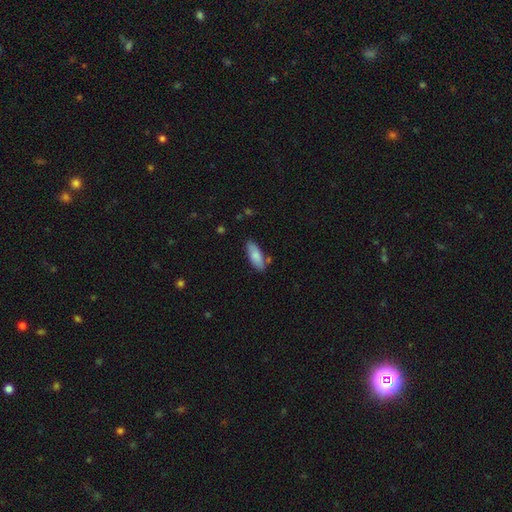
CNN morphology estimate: Smooth or featured: smooth — 81% (featured or disk — 13%)
How rounded: in between — 69% (cigar-shaped — 29%)
Merging: none — 78% (minor disturbance — 14%)